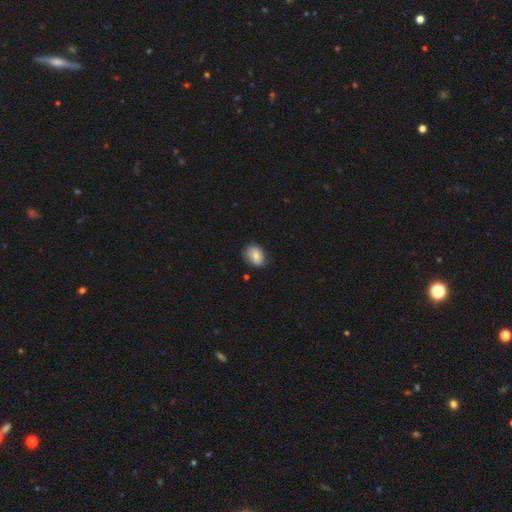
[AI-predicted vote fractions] Smooth or featured?
  - smooth: 71% *
  - featured or disk: 21%
  - star or artifact: 8%
How rounded?
  - in between: 64% *
  - round: 35%
  - cigar-shaped: 1%
Merging?
  - none: 78% *
  - minor disturbance: 18%
  - major disturbance: 3%
  - merger: 1%